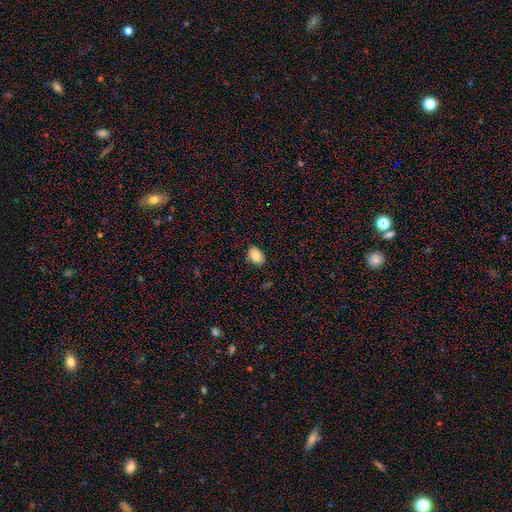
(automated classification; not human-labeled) Overall: smooth (85%). How rounded: in between (85%). Merging: none (85%).